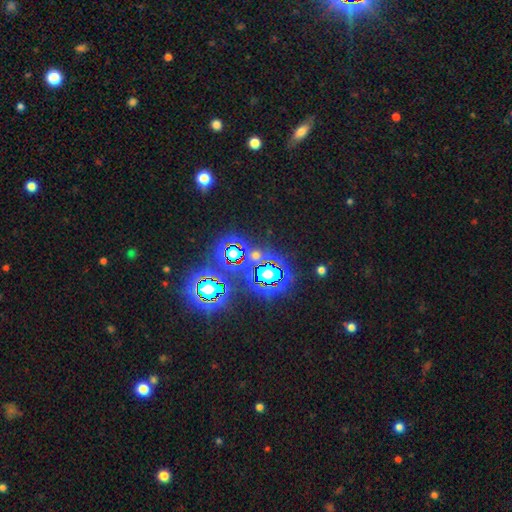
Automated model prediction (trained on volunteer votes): A star or artifact, not a galaxy (75%).

Vote fractions:
- Smooth or featured? star or artifact: 75% / smooth: 16% / featured or disk: 9%